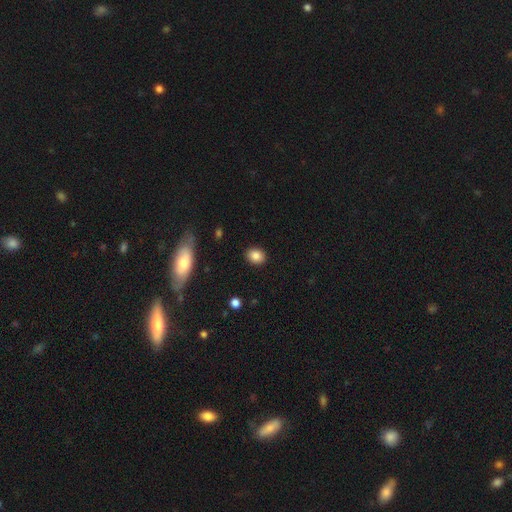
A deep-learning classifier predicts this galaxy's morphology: A smooth galaxy with no disk features (85%) that is round (51%). Merging: none (89%).